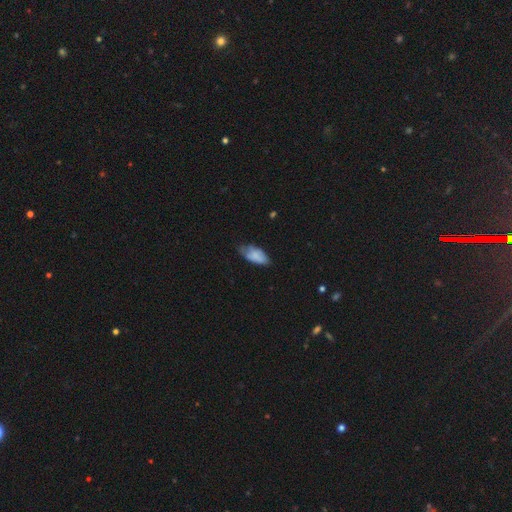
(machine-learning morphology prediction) This appears to be a smooth galaxy with no disk features (79%) that is in between round and cigar-shaped (90%). Merging: none (54%).